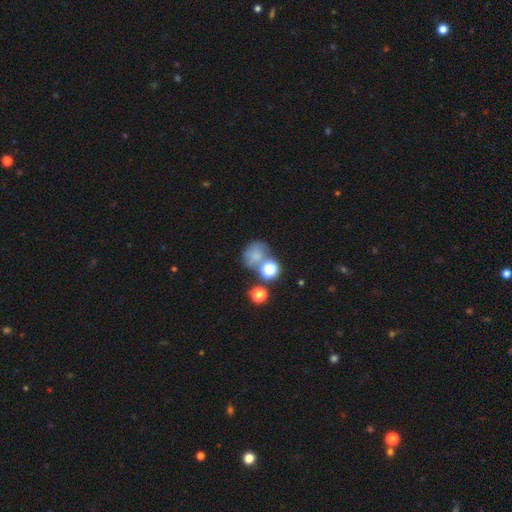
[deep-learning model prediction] A smooth galaxy with no disk features (66%) that is round (63%).

Vote fractions:
- Smooth or featured? smooth: 66% / star or artifact: 18% / featured or disk: 16%
- How rounded? round: 63% / in between: 35% / cigar-shaped: 1%
- Merging? none: 42% / merger: 28% / minor disturbance: 18% / major disturbance: 12%